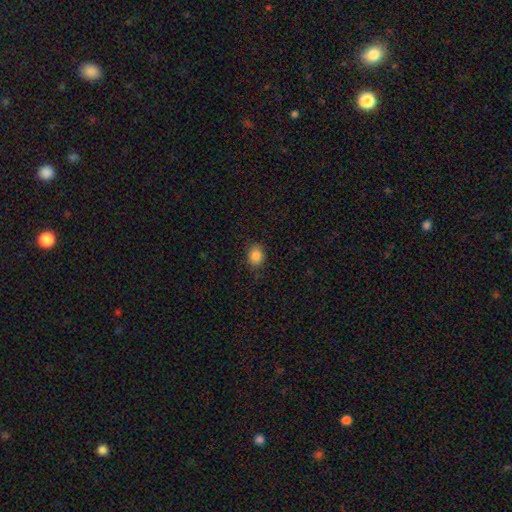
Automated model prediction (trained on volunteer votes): Smooth or featured? Predicted: smooth (p=0.85). How rounded? Predicted: round (p=0.56). Merging? Predicted: none (p=0.85).